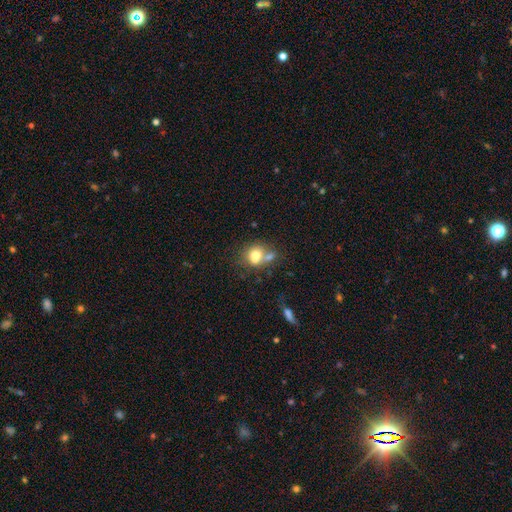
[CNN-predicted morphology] smooth_or_featured: smooth (p=0.71) [alt: featured or disk p=0.18]
how_rounded: round (p=0.63) [alt: in between p=0.36]
merging: merger (p=0.47) [alt: none p=0.36]